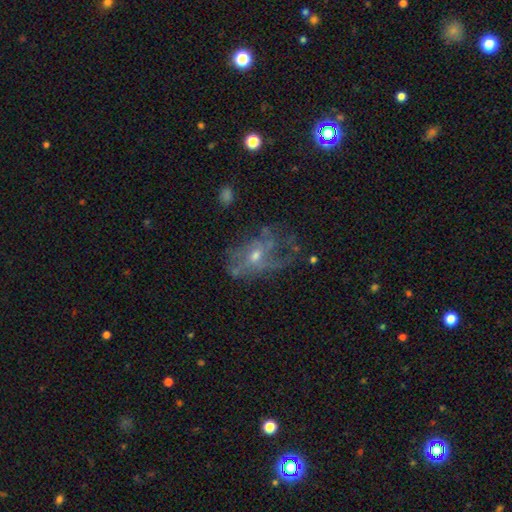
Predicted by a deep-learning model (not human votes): Smooth or featured?
  - featured or disk: 67% *
  - smooth: 21%
  - star or artifact: 12%
Edge-on disk?
  - no: 96% *
  - yes: 4%
Bar?
  - no: 69% *
  - weak: 26%
  - strong: 5%
Spiral arms?
  - yes: 54% *
  - no: 46%
Bulge size?
  - small: 52% *
  - moderate: 42%
  - none: 4%
  - large: 2%
  - dominant: 1%
Merging?
  - none: 39% *
  - major disturbance: 35%
  - minor disturbance: 22%
  - merger: 4%